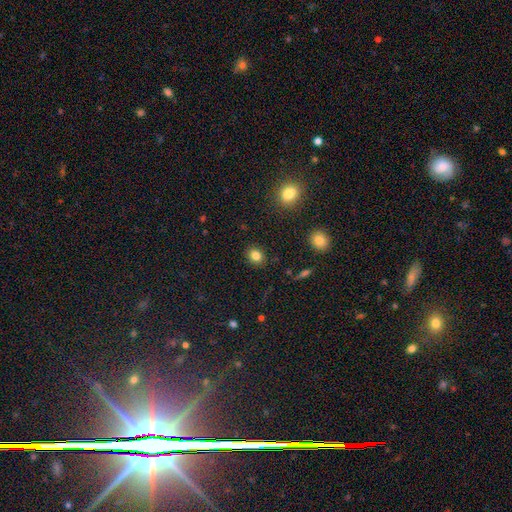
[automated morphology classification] Smooth or featured?
  - smooth: 83% *
  - star or artifact: 11%
  - featured or disk: 6%
How rounded?
  - round: 65% *
  - in between: 34%
  - cigar-shaped: 1%
Merging?
  - none: 89% *
  - minor disturbance: 7%
  - major disturbance: 2%
  - merger: 1%